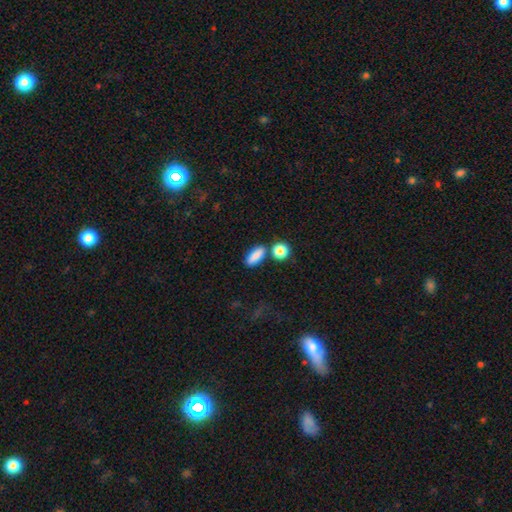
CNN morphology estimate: This is clearly a smooth galaxy (85%). How rounded: likely in between (67%). Merging: likely none (75%).